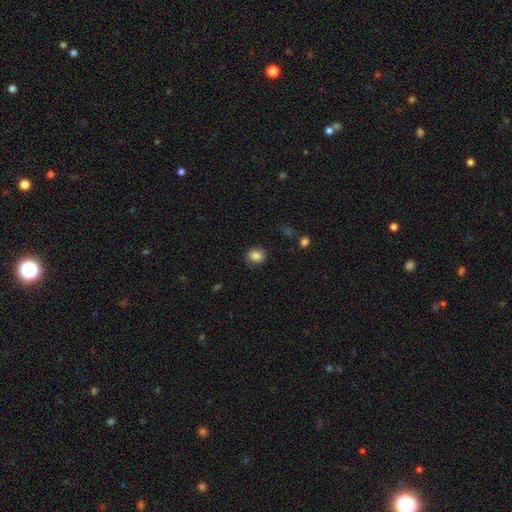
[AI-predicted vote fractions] A smooth galaxy with no disk features (84%) that is round (64%).

Vote fractions:
- Smooth or featured? smooth: 84% / star or artifact: 9% / featured or disk: 7%
- How rounded? round: 64% / in between: 35% / cigar-shaped: 1%
- Merging? none: 80% / minor disturbance: 14% / major disturbance: 4% / merger: 1%